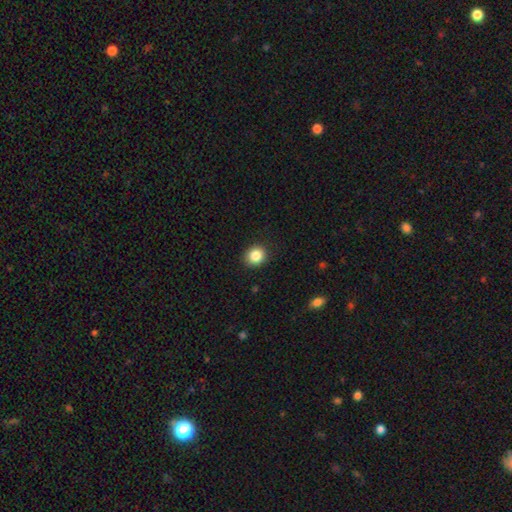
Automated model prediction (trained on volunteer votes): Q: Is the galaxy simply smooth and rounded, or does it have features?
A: smooth — 85%.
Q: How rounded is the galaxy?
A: round — 79%.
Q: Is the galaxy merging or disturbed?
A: none — 90%.